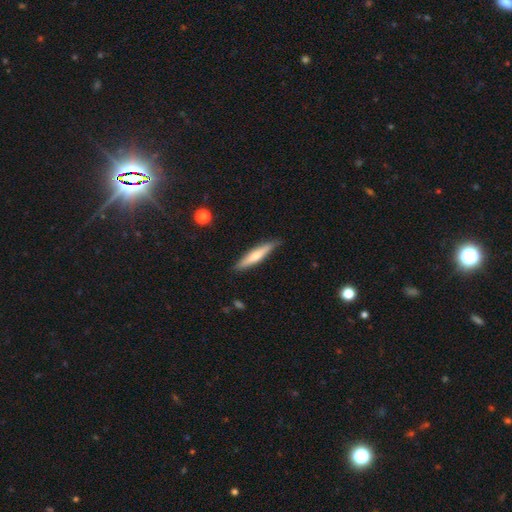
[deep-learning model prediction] This is possibly a smooth galaxy (58%). How rounded: clearly cigar-shaped (88%). Merging: clearly none (85%).